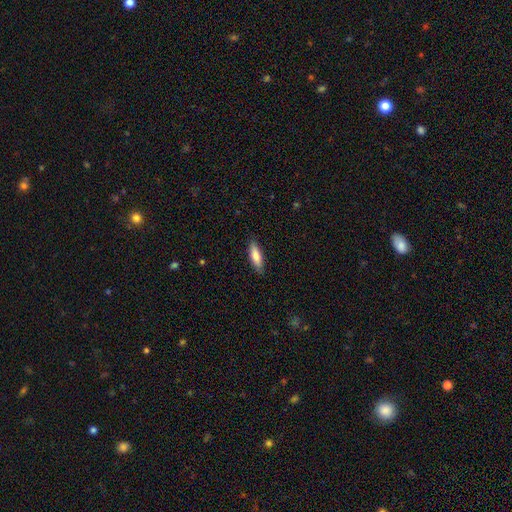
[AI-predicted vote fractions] smooth 81%, featured or disk 14%, star or artifact 6%. Down the decision tree: how rounded — cigar-shaped (50%); merging — none (86%).